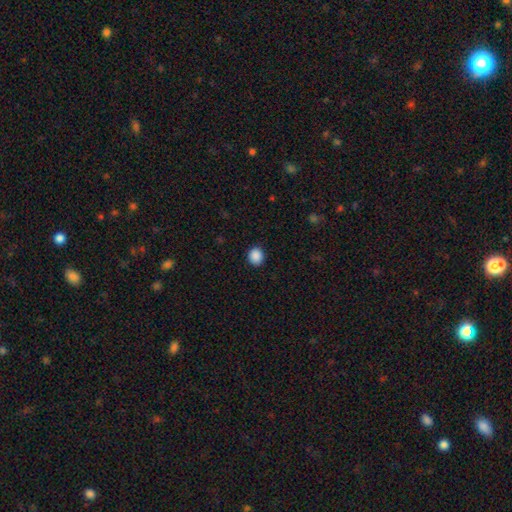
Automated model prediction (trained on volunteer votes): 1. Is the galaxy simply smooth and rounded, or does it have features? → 89% smooth, 9% star or artifact, 2% featured or disk.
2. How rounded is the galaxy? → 80% round, 19% in between, 1% cigar-shaped.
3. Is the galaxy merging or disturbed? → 91% none, 6% minor disturbance, 2% major disturbance, 1% merger.